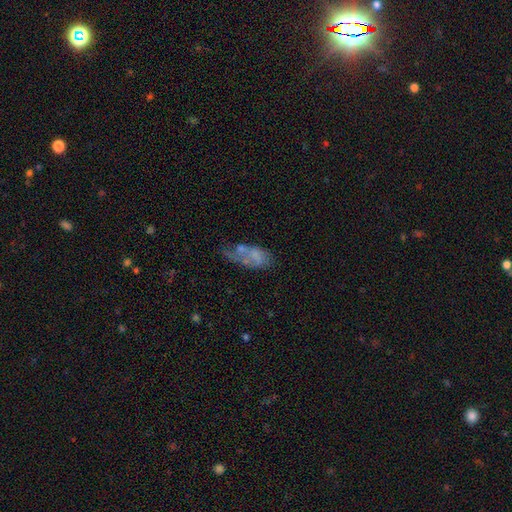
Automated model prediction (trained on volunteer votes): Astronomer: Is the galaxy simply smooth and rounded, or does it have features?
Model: smooth — 48% (runner-up: featured or disk, 41%).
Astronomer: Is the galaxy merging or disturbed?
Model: major disturbance — 31% (runner-up: none, 27%).